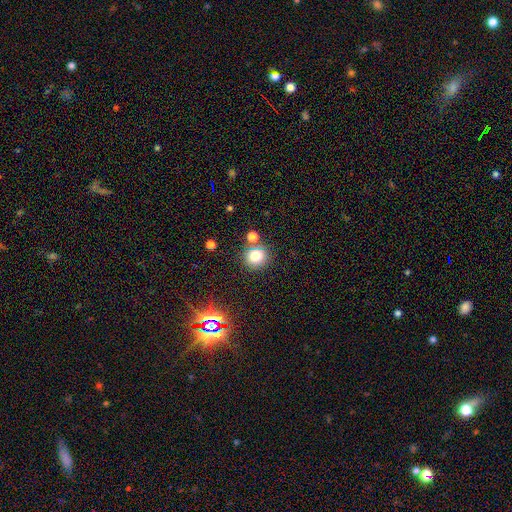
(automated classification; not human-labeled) Smooth or featured? Predicted: smooth (p=0.76). How rounded? Predicted: round (p=0.89). Merging? Predicted: none (p=0.76).